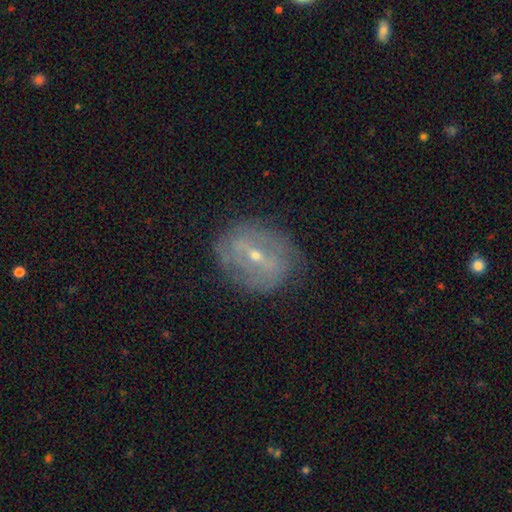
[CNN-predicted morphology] type=featured or disk (75%); edge-on=no (93%); bar=weak (43%); spiral arms=yes (62%); bulge=small (64%); merging=none (71%).